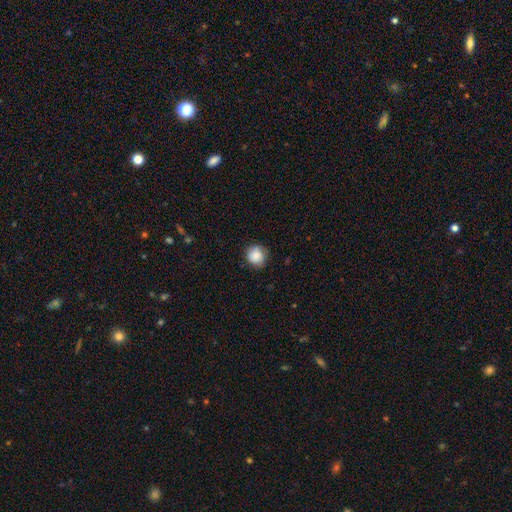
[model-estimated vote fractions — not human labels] Q: Smooth or featured?
A: smooth (85%); runner-up: star or artifact (8%)
Q: How rounded?
A: round (89%); runner-up: in between (10%)
Q: Merging?
A: none (82%); runner-up: minor disturbance (14%)